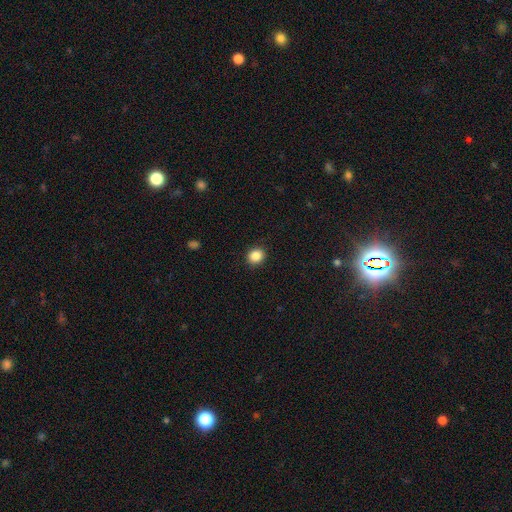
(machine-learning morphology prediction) Smooth or featured: smooth — 87% (star or artifact — 10%)
How rounded: round — 75% (in between — 24%)
Merging: none — 91% (minor disturbance — 6%)